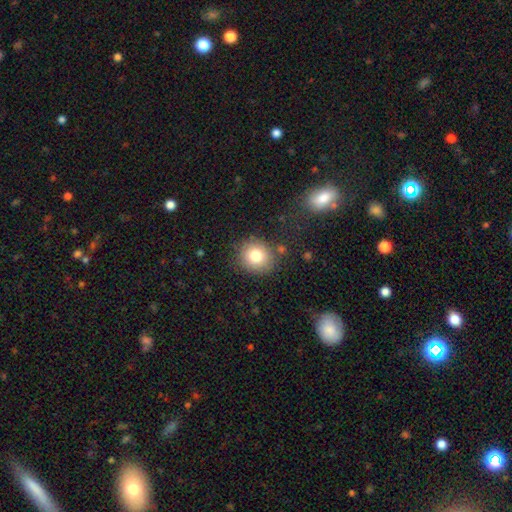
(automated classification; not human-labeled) smooth_or_featured: smooth (p=0.79) [alt: star or artifact p=0.11]
how_rounded: round (p=0.85) [alt: in between p=0.14]
merging: none (p=0.83) [alt: minor disturbance p=0.10]